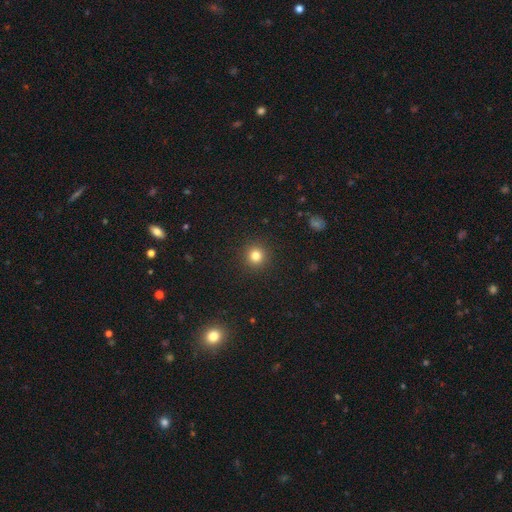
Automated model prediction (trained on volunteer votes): Q: Smooth or featured?
A: smooth (81%); runner-up: star or artifact (13%)
Q: How rounded?
A: round (94%); runner-up: in between (5%)
Q: Merging?
A: none (92%); runner-up: minor disturbance (5%)